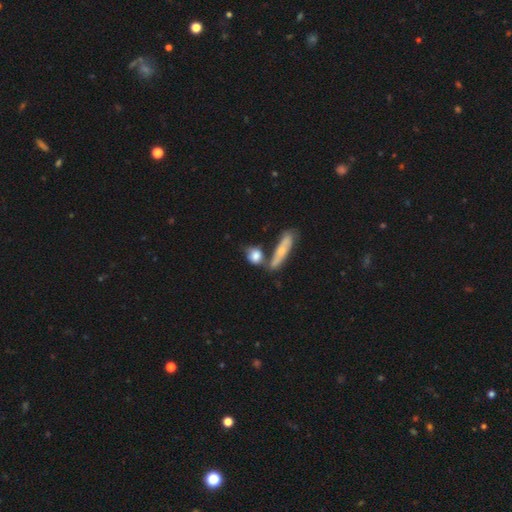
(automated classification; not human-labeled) A smooth galaxy with no disk features (73%) that is round (50%).

Vote fractions:
- Smooth or featured? smooth: 73% / featured or disk: 19% / star or artifact: 8%
- How rounded? round: 50% / in between: 34% / cigar-shaped: 16%
- Merging? none: 48% / merger: 28% / minor disturbance: 17% / major disturbance: 7%